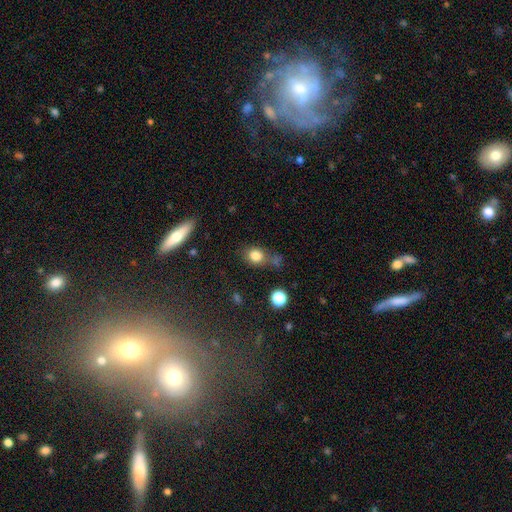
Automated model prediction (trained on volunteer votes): A smooth galaxy with no disk features (81%) that is round (59%).

Vote fractions:
- Smooth or featured? smooth: 81% / star or artifact: 12% / featured or disk: 7%
- How rounded? round: 59% / in between: 39% / cigar-shaped: 2%
- Merging? none: 58% / minor disturbance: 20% / merger: 14% / major disturbance: 8%